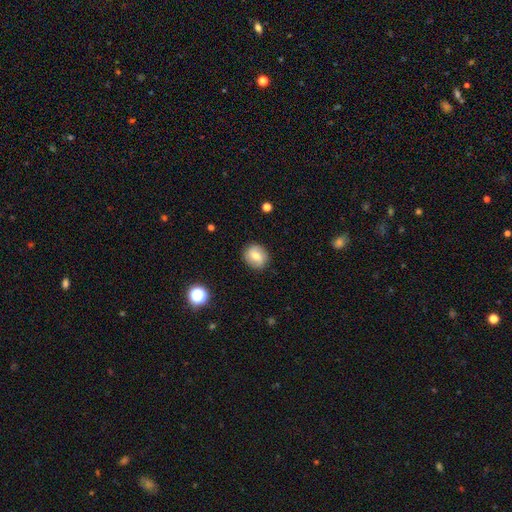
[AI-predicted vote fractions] Smooth or featured? smooth (59%)
How rounded? round (76%)
Merging? none (86%)